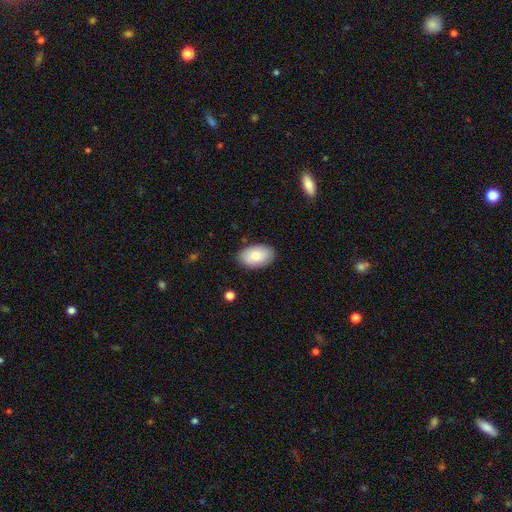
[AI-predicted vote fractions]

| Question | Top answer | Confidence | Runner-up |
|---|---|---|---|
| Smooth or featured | smooth | 81% | featured or disk (13%) |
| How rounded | in between | 93% | round (6%) |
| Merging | none | 86% | minor disturbance (11%) |